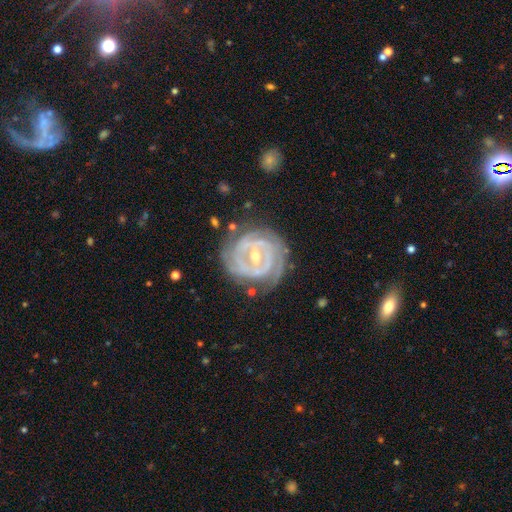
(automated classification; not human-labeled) Q: Smooth or featured?
A: featured or disk (89%); runner-up: smooth (6%)
Q: Edge-on disk?
A: no (97%); runner-up: yes (3%)
Q: Bar?
A: weak (42%); runner-up: strong (31%)
Q: Spiral arms?
A: yes (95%); runner-up: no (5%)
Q: Spiral winding?
A: tight (77%); runner-up: medium (19%)
Q: Spiral arm count?
A: 2 (36%); runner-up: can't tell (23%)
Q: Bulge size?
A: moderate (48%); tied with: small (48%)
Q: Merging?
A: none (72%); runner-up: minor disturbance (18%)